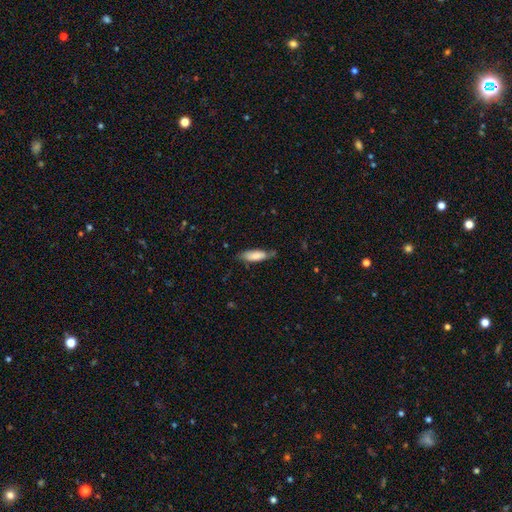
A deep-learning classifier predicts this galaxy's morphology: A smooth galaxy with no disk features (81%) that is in between round and cigar-shaped (57%).

Vote fractions:
- Smooth or featured? smooth: 81% / featured or disk: 13% / star or artifact: 6%
- How rounded? in between: 57% / cigar-shaped: 42% / round: 2%
- Merging? none: 65% / minor disturbance: 26% / major disturbance: 5% / merger: 3%